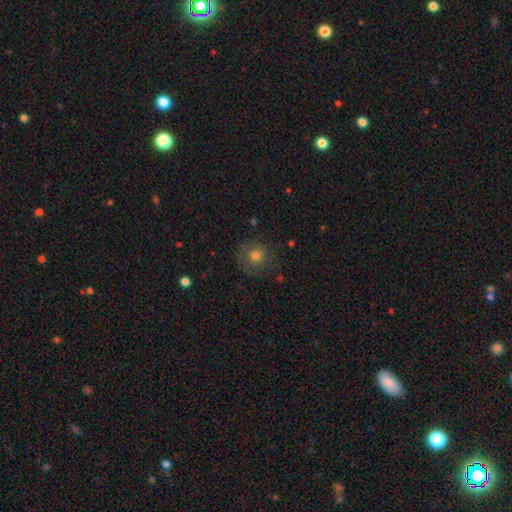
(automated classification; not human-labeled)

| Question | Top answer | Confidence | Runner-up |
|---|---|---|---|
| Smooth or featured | smooth | 66% | featured or disk (21%) |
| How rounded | round | 89% | in between (10%) |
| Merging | none | 73% | minor disturbance (16%) |